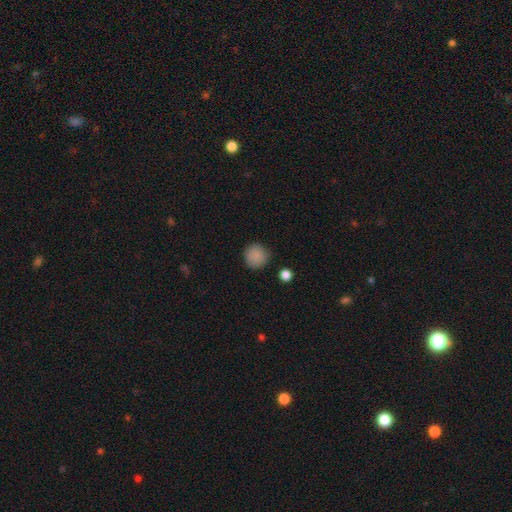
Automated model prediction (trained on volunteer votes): smooth 87%, star or artifact 9%, featured or disk 3%. Down the decision tree: how rounded — round (93%); merging — none (88%).